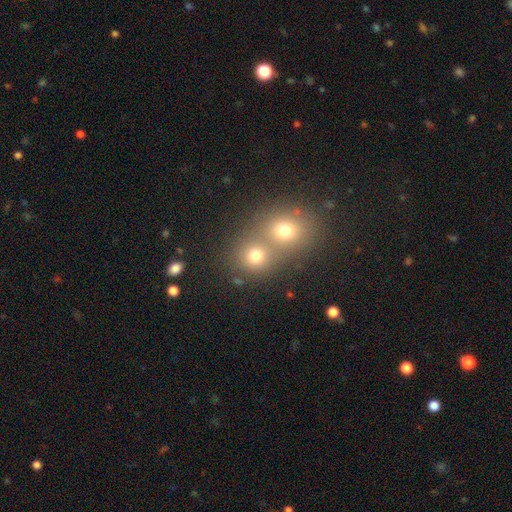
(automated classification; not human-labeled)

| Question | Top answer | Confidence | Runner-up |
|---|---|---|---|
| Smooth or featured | smooth | 74% | star or artifact (16%) |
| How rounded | round | 79% | in between (20%) |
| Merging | merger | 56% | none (36%) |